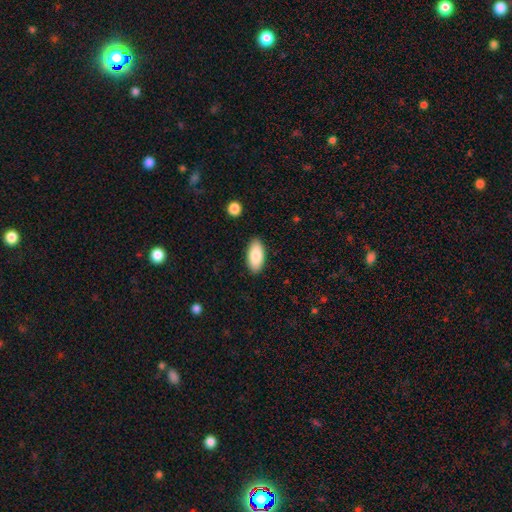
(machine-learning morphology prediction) This is clearly a smooth galaxy (85%). How rounded: clearly in between (91%). Merging: clearly none (87%).